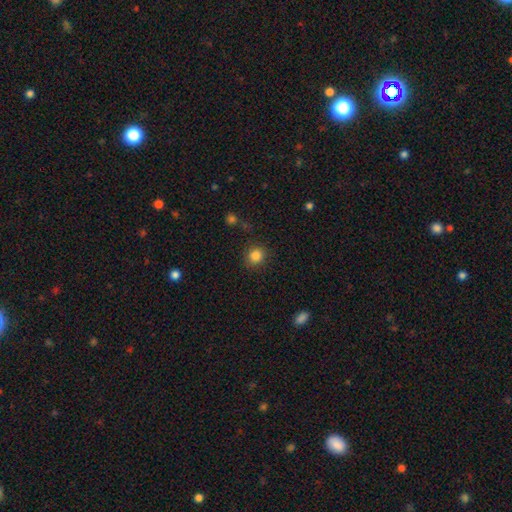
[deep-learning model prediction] Smooth or featured? smooth (84%)
How rounded? round (87%)
Merging? none (87%)